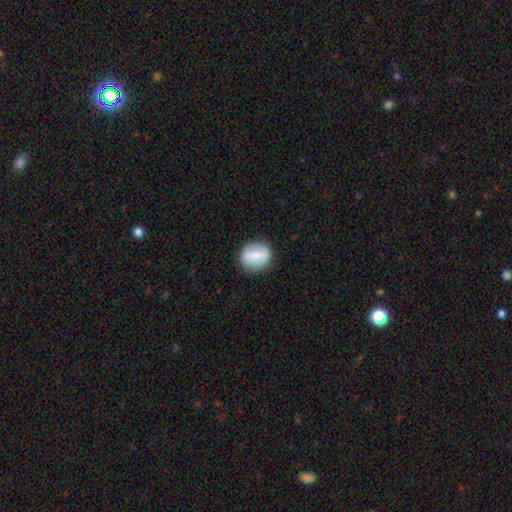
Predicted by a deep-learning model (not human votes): Smooth or featured? smooth (67%)
How rounded? round (75%)
Merging? none (85%)